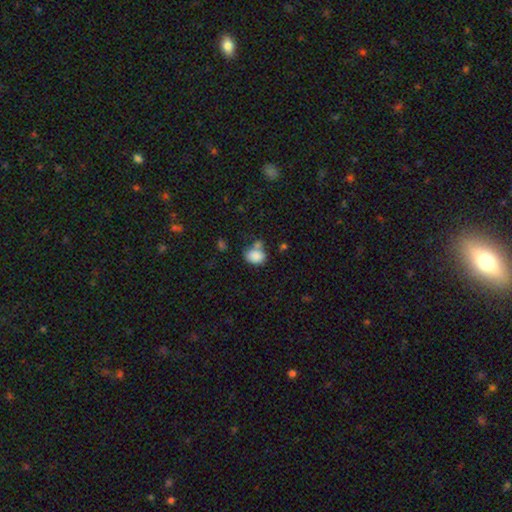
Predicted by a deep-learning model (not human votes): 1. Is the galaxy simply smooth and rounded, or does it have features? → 84% smooth, 9% star or artifact, 7% featured or disk.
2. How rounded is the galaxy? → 70% in between, 29% round, 1% cigar-shaped.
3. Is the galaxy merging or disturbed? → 46% none, 26% merger, 20% minor disturbance, 8% major disturbance.